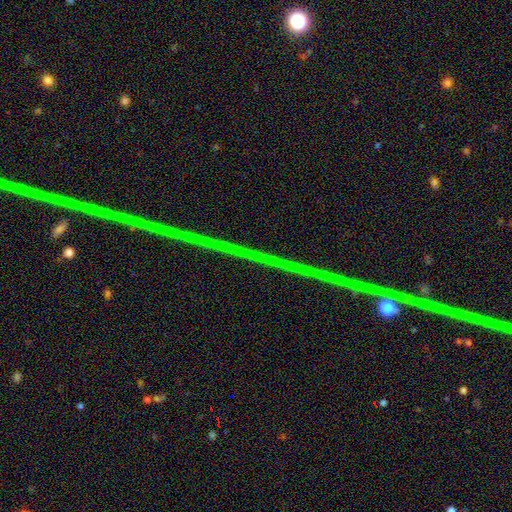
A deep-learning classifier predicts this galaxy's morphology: This appears to be a star or artifact, not a galaxy (81%).